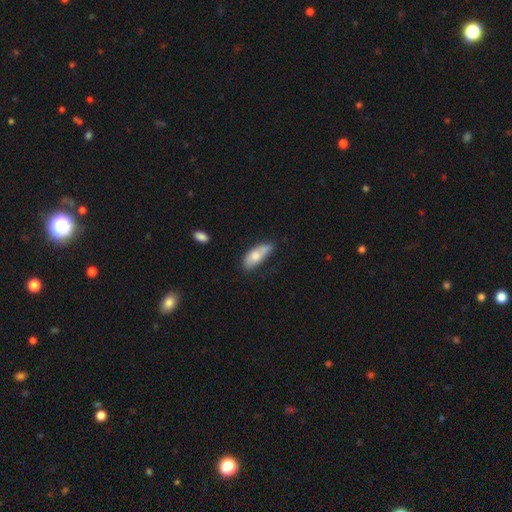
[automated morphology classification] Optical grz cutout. It shows a smooth galaxy with no disk features (70%) that is in between round and cigar-shaped (76%). Merging: none (48%).